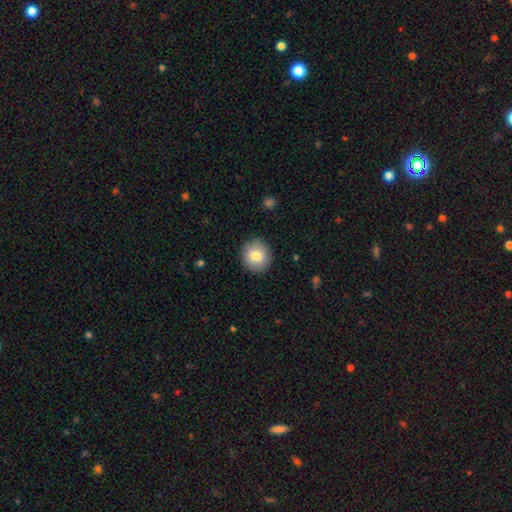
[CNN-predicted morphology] smooth 82%, featured or disk 10%, star or artifact 8%. Down the decision tree: how rounded — round (88%); merging — none (90%).